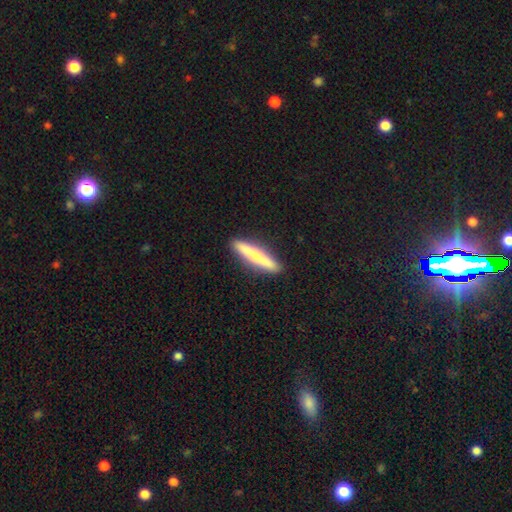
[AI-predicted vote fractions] Q: Smooth or featured?
A: smooth (62%); runner-up: featured or disk (33%)
Q: How rounded?
A: cigar-shaped (93%); runner-up: in between (6%)
Q: Merging?
A: none (92%); runner-up: minor disturbance (6%)